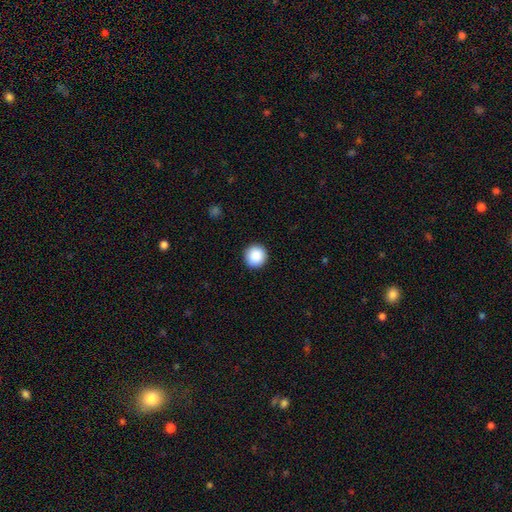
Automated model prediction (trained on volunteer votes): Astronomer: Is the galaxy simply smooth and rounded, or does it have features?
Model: smooth — 89%.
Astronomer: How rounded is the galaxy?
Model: round — 95%.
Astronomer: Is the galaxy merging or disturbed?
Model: none — 92%.